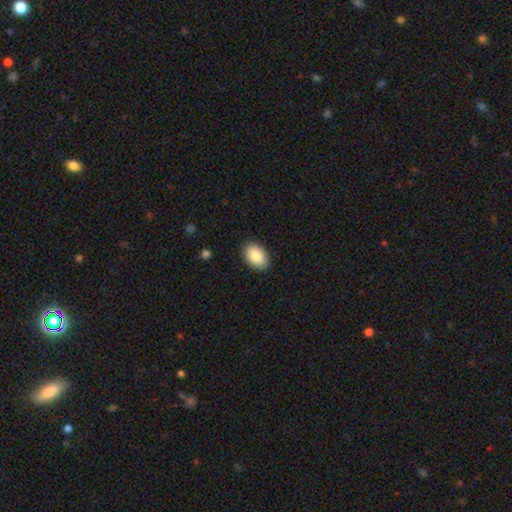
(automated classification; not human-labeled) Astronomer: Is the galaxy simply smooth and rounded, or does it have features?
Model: smooth — 88%.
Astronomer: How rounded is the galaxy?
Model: in between — 87%.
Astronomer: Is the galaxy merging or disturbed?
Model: none — 88%.